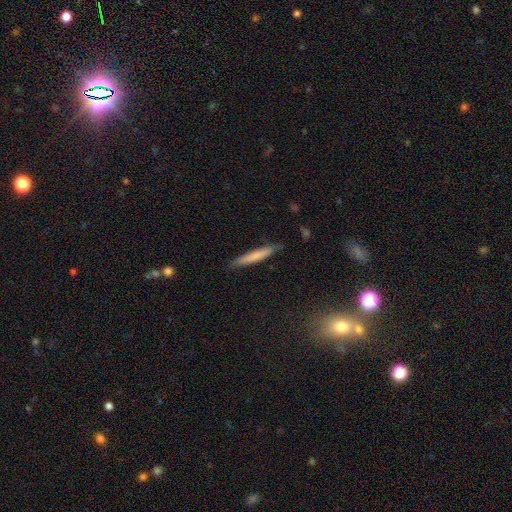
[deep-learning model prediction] The model was most divided on "smooth or featured": smooth: 69%, featured or disk: 25%, star or artifact: 6%. More confident: how rounded — cigar-shaped (95%); merging — none (85%).